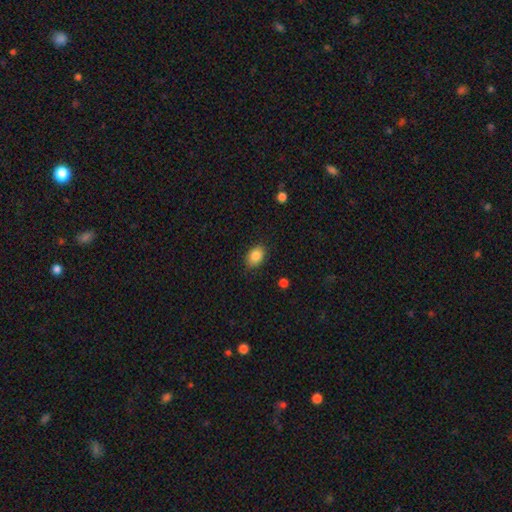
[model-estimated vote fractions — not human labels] A smooth galaxy with no disk features (86%) that is in between round and cigar-shaped (81%).

Vote fractions:
- Smooth or featured? smooth: 86% / star or artifact: 8% / featured or disk: 5%
- How rounded? in between: 81% / round: 18% / cigar-shaped: 1%
- Merging? none: 85% / minor disturbance: 11% / major disturbance: 3% / merger: 1%